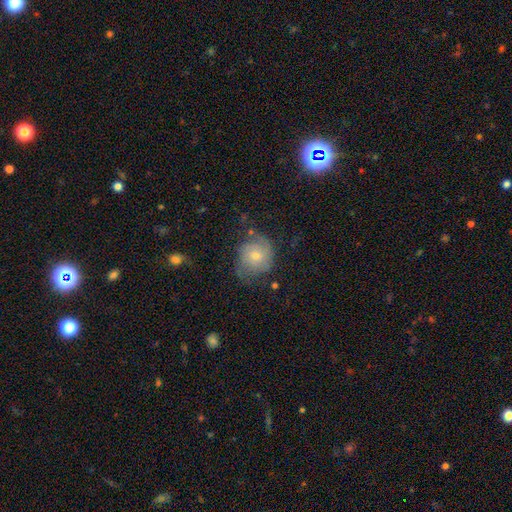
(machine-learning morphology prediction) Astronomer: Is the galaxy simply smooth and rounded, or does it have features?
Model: smooth — 49% (runner-up: featured or disk, 43%).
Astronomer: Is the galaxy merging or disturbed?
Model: none — 51% (runner-up: minor disturbance, 29%).